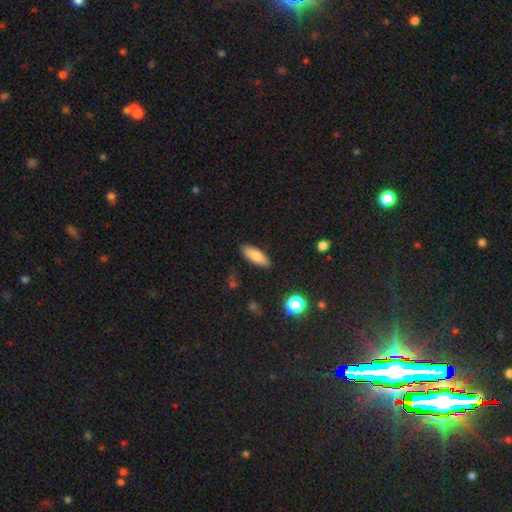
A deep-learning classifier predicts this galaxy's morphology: Q: Smooth or featured?
A: smooth (80%); runner-up: featured or disk (13%)
Q: How rounded?
A: in between (68%); runner-up: cigar-shaped (29%)
Q: Merging?
A: none (86%); runner-up: minor disturbance (10%)